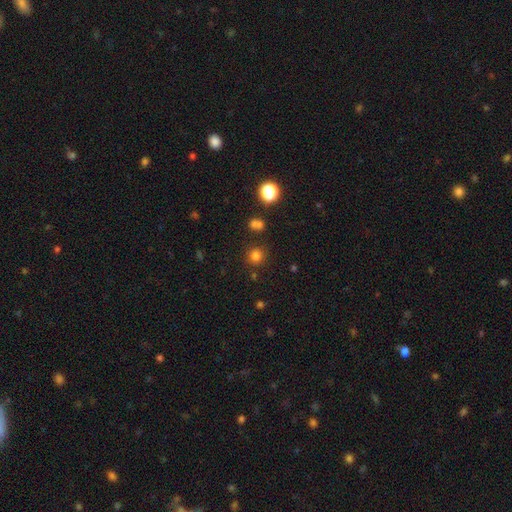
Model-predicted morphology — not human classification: A smooth galaxy with no disk features (76%) that is round (91%).

Vote fractions:
- Smooth or featured? smooth: 76% / star or artifact: 19% / featured or disk: 5%
- How rounded? round: 91% / in between: 8% / cigar-shaped: 1%
- Merging? none: 81% / minor disturbance: 8% / merger: 8% / major disturbance: 3%